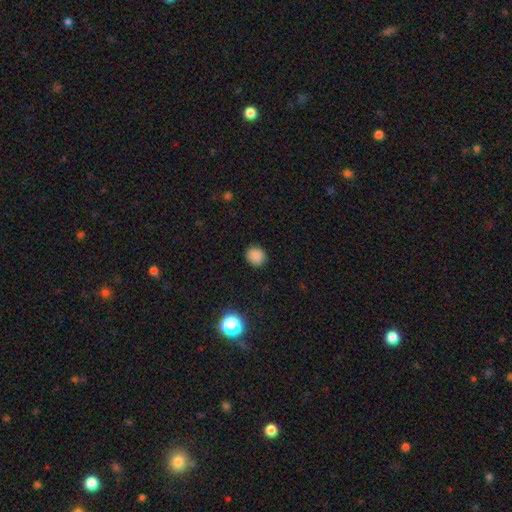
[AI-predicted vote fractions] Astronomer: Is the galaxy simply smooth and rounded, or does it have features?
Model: smooth — 85%.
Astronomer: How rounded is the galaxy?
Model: round — 82%.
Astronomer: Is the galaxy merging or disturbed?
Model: none — 88%.